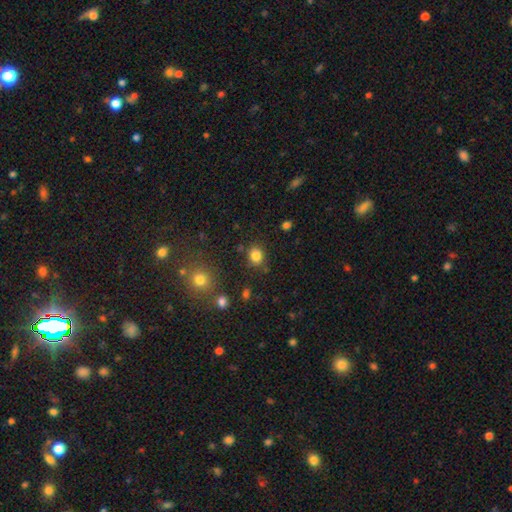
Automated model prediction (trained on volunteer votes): smooth-or-featured: smooth: 83% | star or artifact: 12% | featured or disk: 5%
  how-rounded: round: 65% | in between: 35% | cigar-shaped: 1%
  merging: none: 82% | minor disturbance: 11% | merger: 4% | major disturbance: 4%